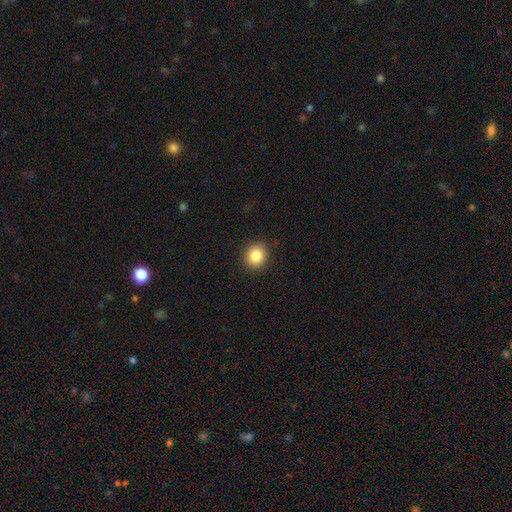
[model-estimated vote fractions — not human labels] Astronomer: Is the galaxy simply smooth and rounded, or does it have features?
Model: smooth — 85%.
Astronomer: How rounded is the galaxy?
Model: round — 80%.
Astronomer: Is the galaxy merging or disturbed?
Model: none — 90%.